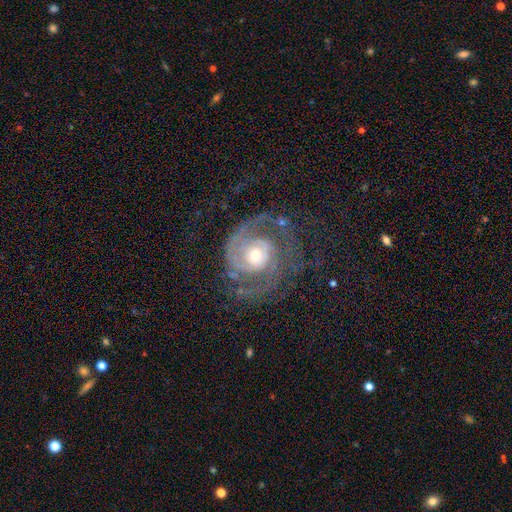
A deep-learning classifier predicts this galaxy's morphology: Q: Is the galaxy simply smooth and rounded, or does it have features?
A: featured or disk — 89%.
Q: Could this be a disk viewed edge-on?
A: no — 98%.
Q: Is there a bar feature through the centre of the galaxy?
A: no — 72%.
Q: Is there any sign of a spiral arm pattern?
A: yes — 96%.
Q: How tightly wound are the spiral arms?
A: tight — 51%.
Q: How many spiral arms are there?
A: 2 — 52%.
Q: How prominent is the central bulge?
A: moderate — 57%.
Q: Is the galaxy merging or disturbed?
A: none — 60%.